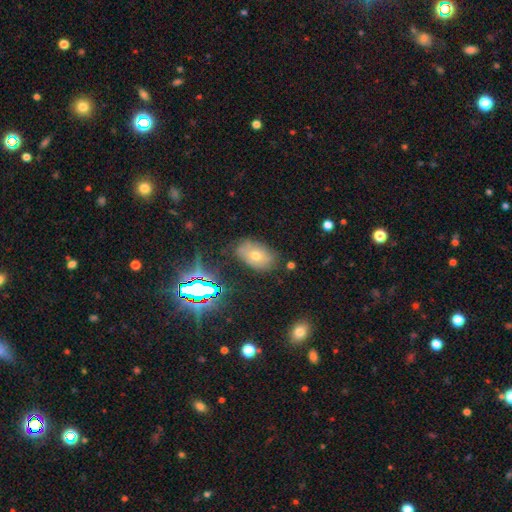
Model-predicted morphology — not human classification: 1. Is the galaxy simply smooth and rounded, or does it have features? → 51% smooth, 27% star or artifact, 22% featured or disk.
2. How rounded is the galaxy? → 88% in between, 10% round, 2% cigar-shaped.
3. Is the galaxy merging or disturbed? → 78% none, 16% minor disturbance, 5% major disturbance, 2% merger.